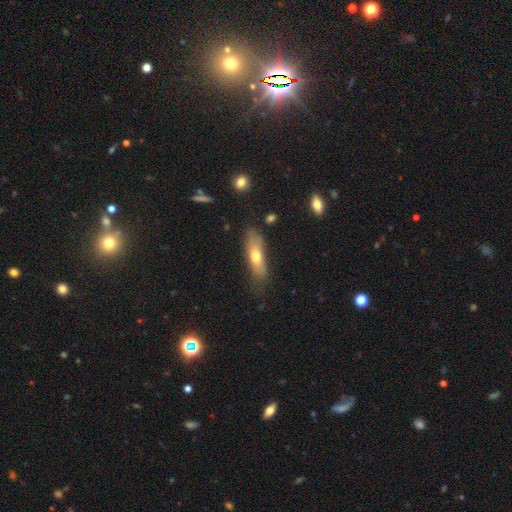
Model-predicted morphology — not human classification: Overall: smooth (64%; featured or disk 29%). How rounded: cigar-shaped (49%; in between 48%). Merging: none (60%; minor disturbance 26%).